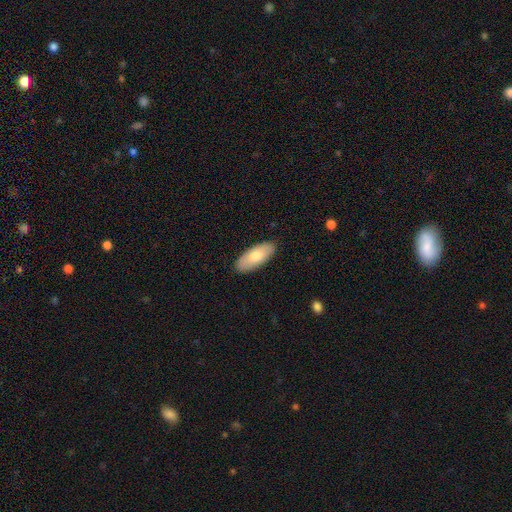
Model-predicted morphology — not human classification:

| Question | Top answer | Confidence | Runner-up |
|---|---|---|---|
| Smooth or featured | smooth | 75% | featured or disk (20%) |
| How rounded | in between | 85% | cigar-shaped (13%) |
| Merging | none | 89% | minor disturbance (8%) |